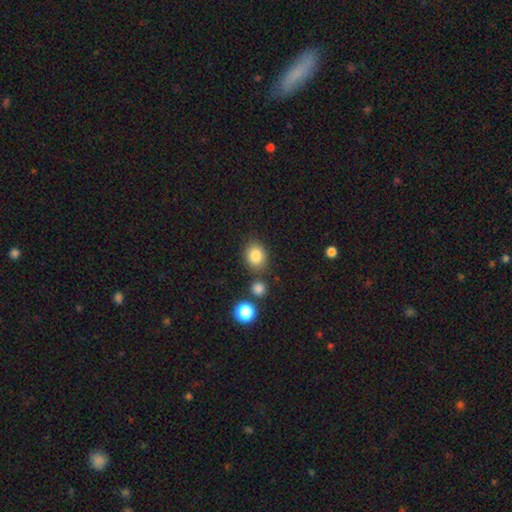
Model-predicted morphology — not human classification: smooth_or_featured: smooth (p=0.84) [alt: star or artifact p=0.10]
how_rounded: round (p=0.56) [alt: in between p=0.43]
merging: none (p=0.75) [alt: minor disturbance p=0.12]